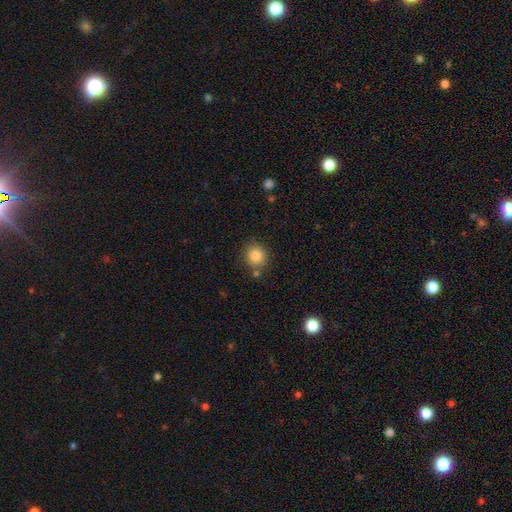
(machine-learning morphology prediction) Q: Smooth or featured?
A: smooth (85%); runner-up: star or artifact (10%)
Q: How rounded?
A: round (89%); runner-up: in between (10%)
Q: Merging?
A: none (81%); runner-up: minor disturbance (9%)